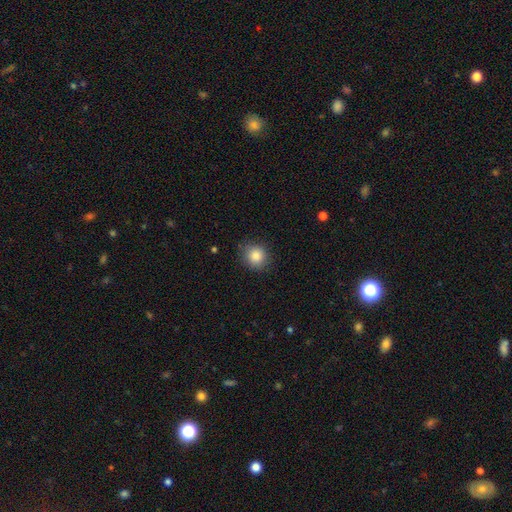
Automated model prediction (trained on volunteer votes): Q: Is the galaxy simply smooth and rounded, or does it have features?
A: smooth — 85%.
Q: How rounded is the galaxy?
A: round — 86%.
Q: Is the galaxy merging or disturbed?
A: none — 85%.